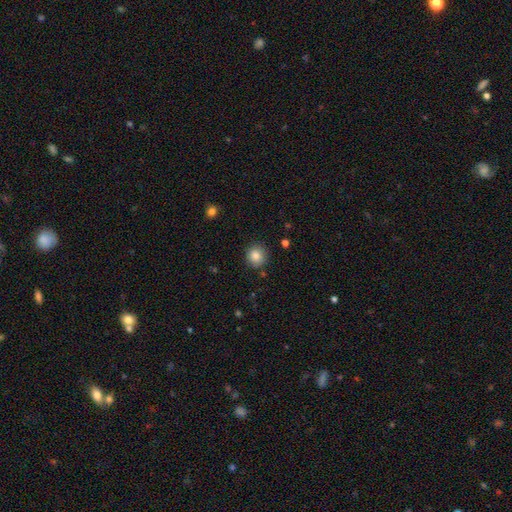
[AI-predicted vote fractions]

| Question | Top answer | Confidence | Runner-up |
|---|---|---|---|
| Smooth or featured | smooth | 85% | star or artifact (10%) |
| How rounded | round | 89% | in between (10%) |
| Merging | none | 87% | minor disturbance (9%) |